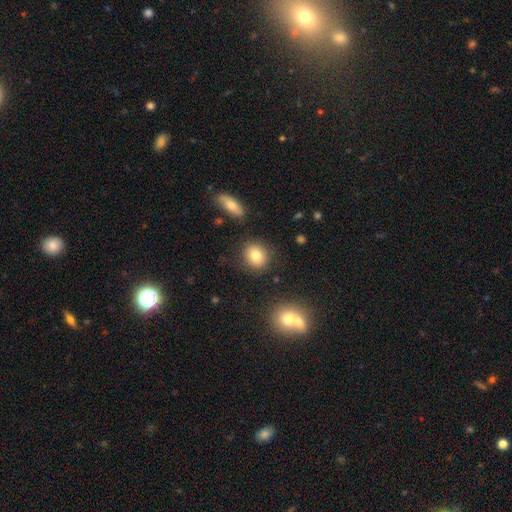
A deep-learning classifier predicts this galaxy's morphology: smooth-or-featured: smooth: 80% | star or artifact: 10% | featured or disk: 10%
  how-rounded: round: 79% | in between: 20% | cigar-shaped: 1%
  merging: none: 85% | minor disturbance: 9% | merger: 3% | major disturbance: 3%